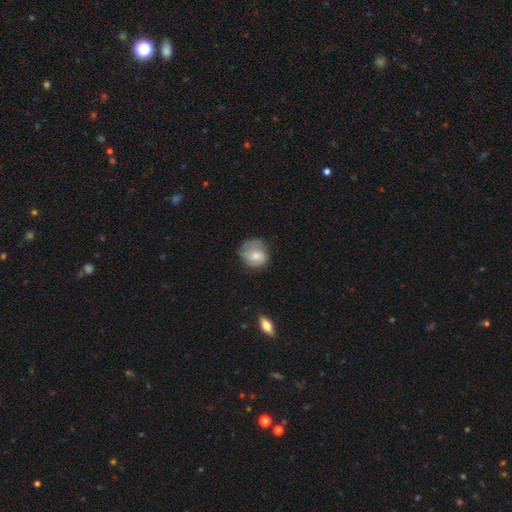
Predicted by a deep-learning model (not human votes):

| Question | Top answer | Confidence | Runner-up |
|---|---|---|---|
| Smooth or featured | smooth | 62% | featured or disk (31%) |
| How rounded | round | 77% | in between (22%) |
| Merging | none | 59% | minor disturbance (29%) |